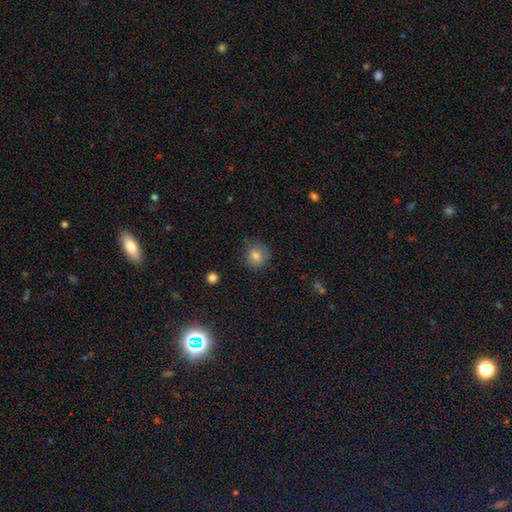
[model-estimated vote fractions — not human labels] smooth 74%, star or artifact 14%, featured or disk 12%. Down the decision tree: how rounded — round (84%); merging — none (76%).